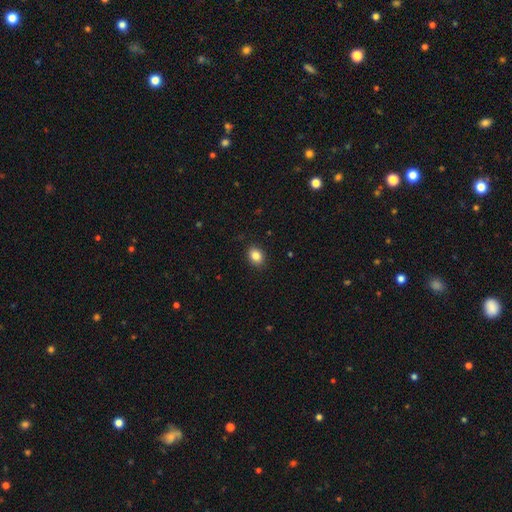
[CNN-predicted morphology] Smooth or featured?
  - smooth: 85% *
  - star or artifact: 9%
  - featured or disk: 6%
How rounded?
  - in between: 63% *
  - round: 36%
  - cigar-shaped: 1%
Merging?
  - none: 89% *
  - minor disturbance: 8%
  - major disturbance: 2%
  - merger: 1%